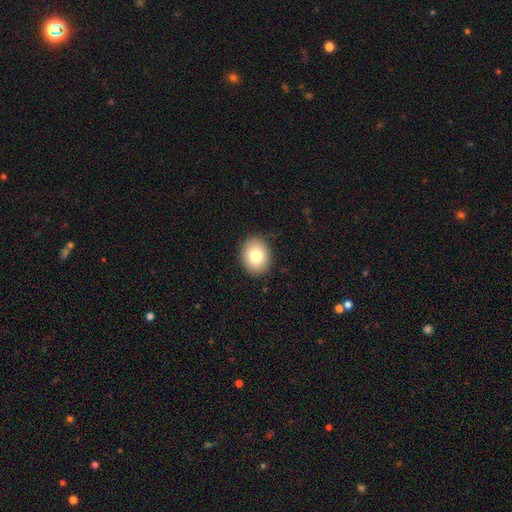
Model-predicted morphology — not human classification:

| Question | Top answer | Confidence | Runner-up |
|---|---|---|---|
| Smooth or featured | smooth | 79% | featured or disk (12%) |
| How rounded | round | 58% | in between (41%) |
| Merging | none | 89% | minor disturbance (8%) |